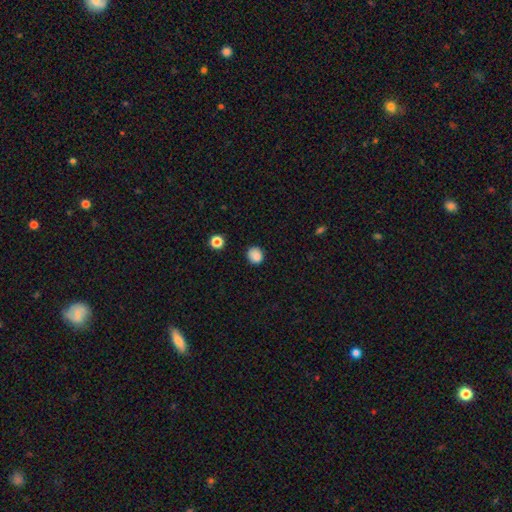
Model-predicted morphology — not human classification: This appears to be a smooth galaxy with no disk features (85%) that is round (78%). Merging: none (80%).